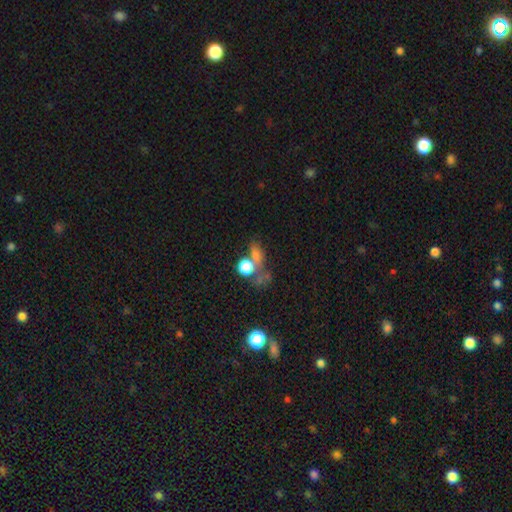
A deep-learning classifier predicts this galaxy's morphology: Smooth or featured? smooth (63%)
How rounded? round (52%)
Merging? none (42%)